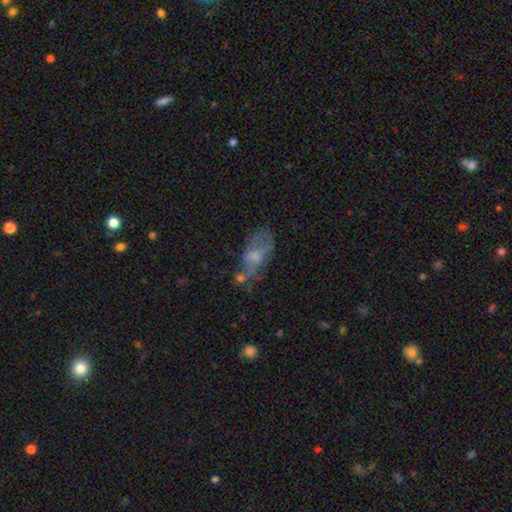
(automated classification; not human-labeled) This is possibly a smooth galaxy (45%). Merging: marginally none (41%).